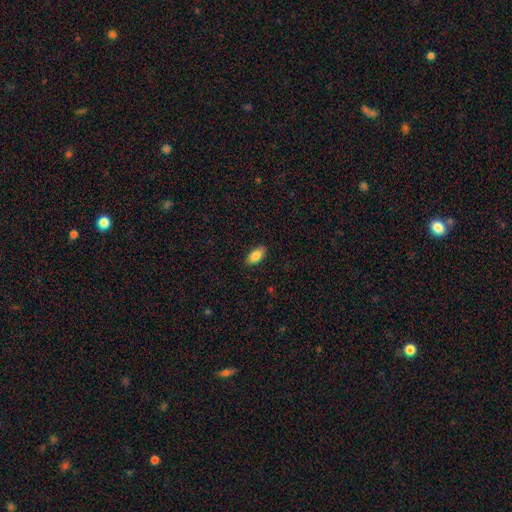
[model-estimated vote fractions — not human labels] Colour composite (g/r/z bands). It shows a smooth galaxy with no disk features (85%) that is in between round and cigar-shaped (91%). Merging: none (88%).